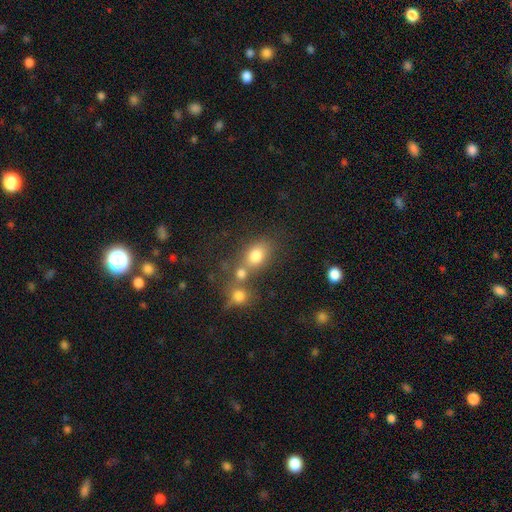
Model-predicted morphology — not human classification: This appears to be a smooth galaxy with no disk features (76%) that is in between round and cigar-shaped (60%). Merging: none (45%).